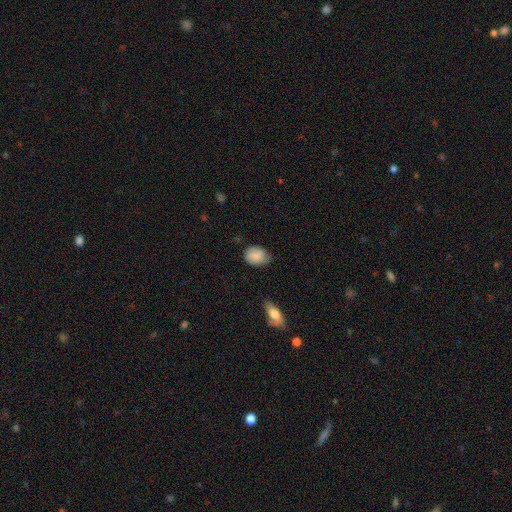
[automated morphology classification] This appears to be a smooth galaxy with no disk features (84%) that is in between round and cigar-shaped (59%). Merging: none (63%).